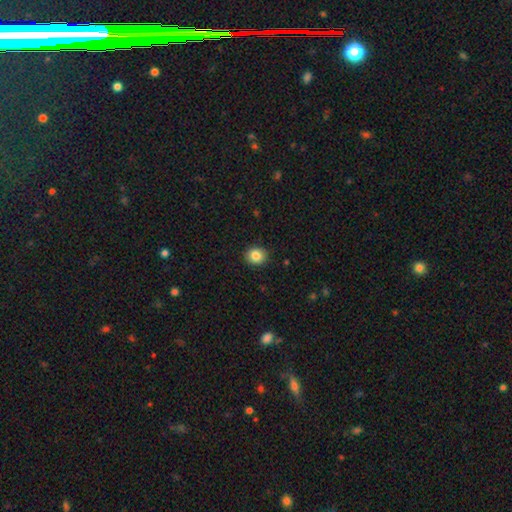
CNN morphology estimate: Smooth or featured: smooth — 84% (star or artifact — 10%)
How rounded: round — 75% (in between — 24%)
Merging: none — 90% (minor disturbance — 7%)